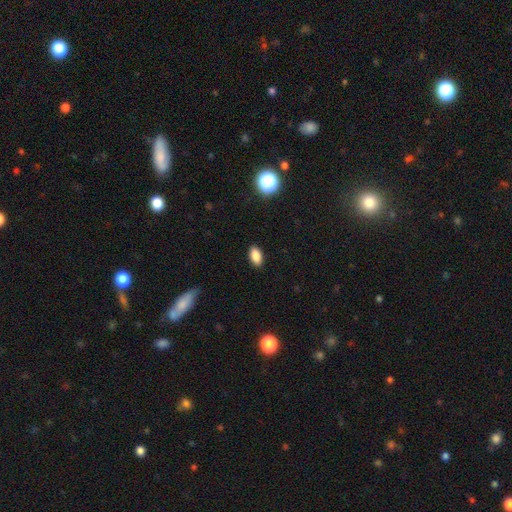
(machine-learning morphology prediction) smooth_or_featured: smooth (p=0.86) [alt: star or artifact p=0.09]
how_rounded: in between (p=0.91) [alt: round p=0.05]
merging: none (p=0.89) [alt: minor disturbance p=0.08]